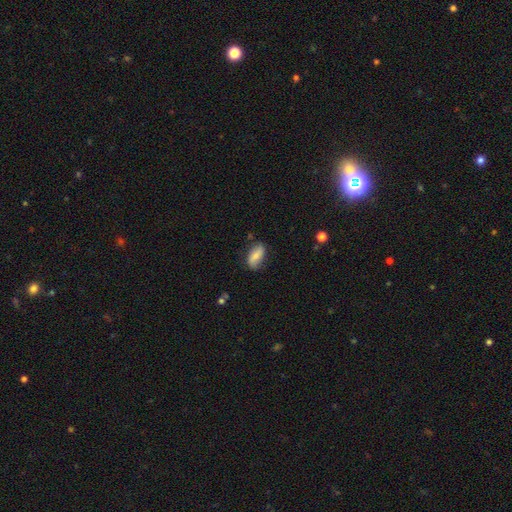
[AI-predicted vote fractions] This is likely a smooth galaxy (72%). How rounded: clearly in between (87%). Merging: likely none (73%).